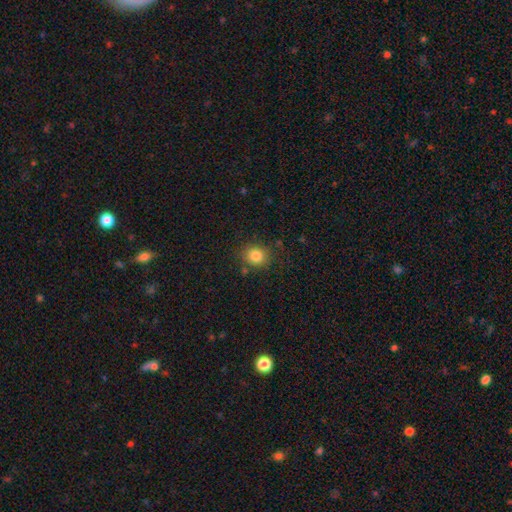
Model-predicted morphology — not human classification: A smooth galaxy with no disk features (83%) that is round (77%).

Vote fractions:
- Smooth or featured? smooth: 83% / star or artifact: 11% / featured or disk: 6%
- How rounded? round: 77% / in between: 22% / cigar-shaped: 1%
- Merging? none: 82% / minor disturbance: 11% / major disturbance: 4% / merger: 3%